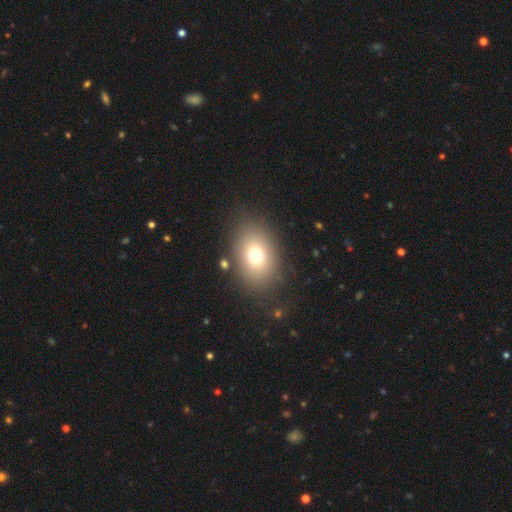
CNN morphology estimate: A smooth galaxy with no disk features (73%) that is in between round and cigar-shaped (69%). Merging: none (81%).